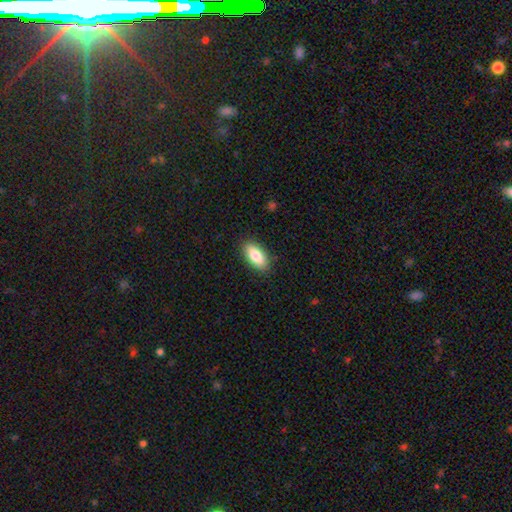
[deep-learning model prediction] The model was most divided on "smooth or featured": smooth: 83%, featured or disk: 10%, star or artifact: 6%. More confident: merging — none (88%); how rounded — in between (86%).